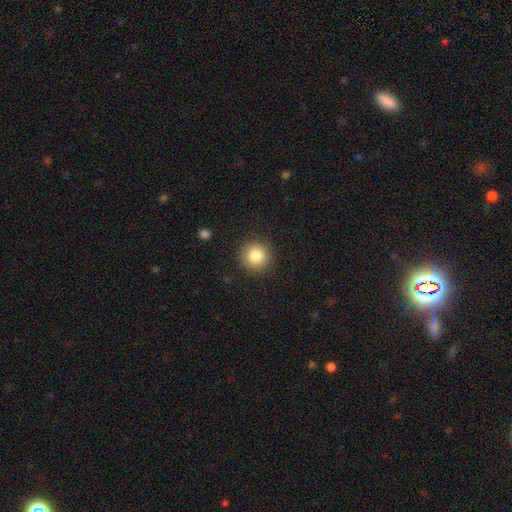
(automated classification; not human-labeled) smooth-or-featured: smooth: 84% | star or artifact: 9% | featured or disk: 6%
  how-rounded: round: 94% | in between: 5% | cigar-shaped: 1%
  merging: none: 91% | minor disturbance: 6% | major disturbance: 2% | merger: 1%